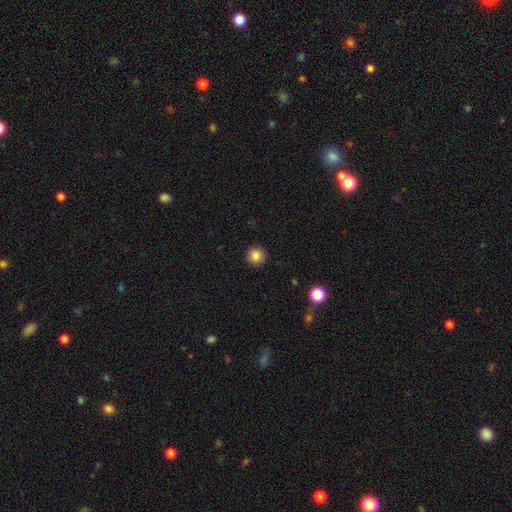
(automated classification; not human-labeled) A smooth galaxy with no disk features (85%) that is round (95%).

Vote fractions:
- Smooth or featured? smooth: 85% / star or artifact: 10% / featured or disk: 5%
- How rounded? round: 95% / in between: 4% / cigar-shaped: 1%
- Merging? none: 93% / minor disturbance: 5% / major disturbance: 2% / merger: 1%